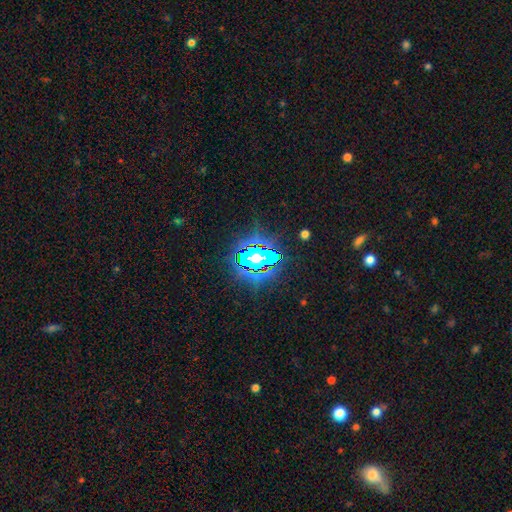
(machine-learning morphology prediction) smooth-or-featured: star or artifact: 67% | smooth: 17% | featured or disk: 16%